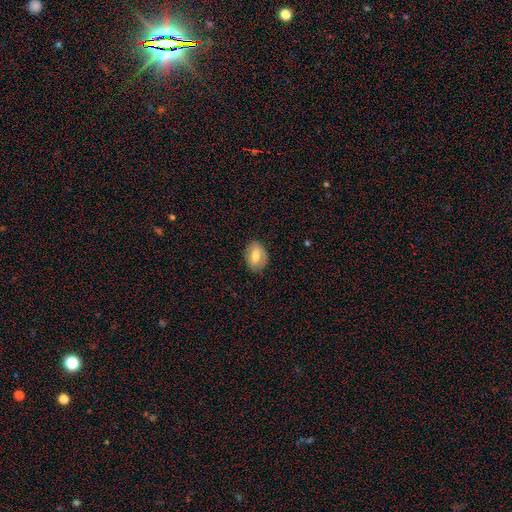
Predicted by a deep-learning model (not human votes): Smooth or featured? smooth (63%)
How rounded? in between (75%)
Merging? none (81%)